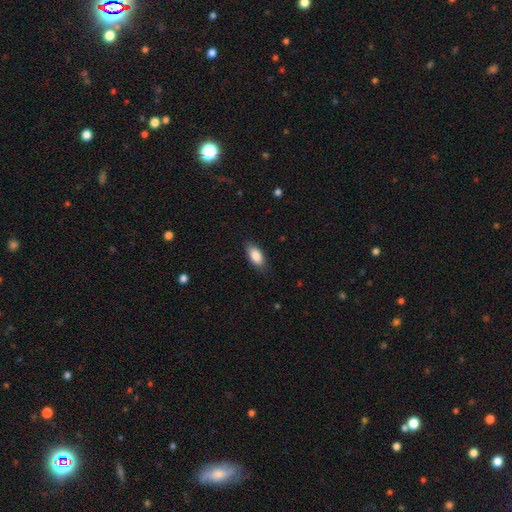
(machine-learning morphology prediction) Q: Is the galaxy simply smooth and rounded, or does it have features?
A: smooth — 87%.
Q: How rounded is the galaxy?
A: in between — 89%.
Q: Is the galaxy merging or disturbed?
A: none — 83%.